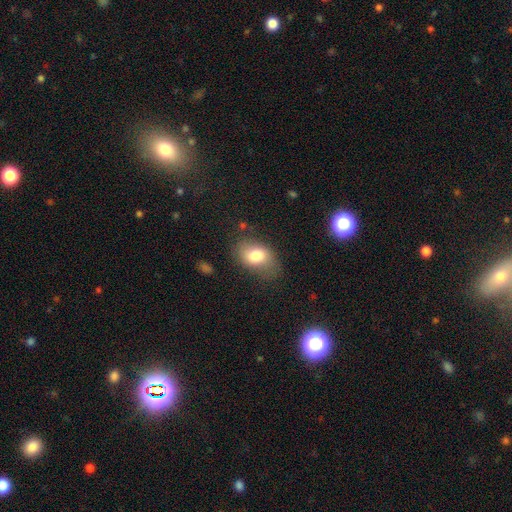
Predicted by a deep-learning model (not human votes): This is likely a smooth galaxy (74%). How rounded: clearly in between (83%). Merging: likely none (65%).